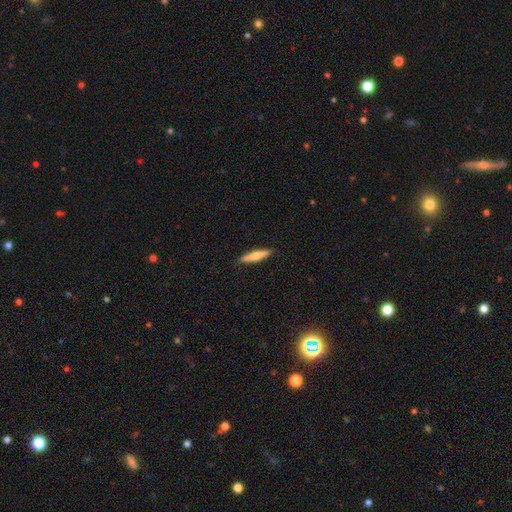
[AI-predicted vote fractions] This is likely a smooth galaxy (65%). How rounded: clearly cigar-shaped (87%). Merging: clearly none (90%).